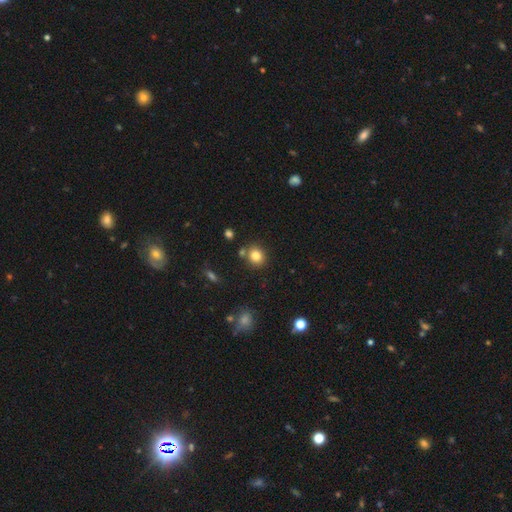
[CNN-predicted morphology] Smooth or featured: smooth — 81% (star or artifact — 12%)
How rounded: round — 81% (in between — 18%)
Merging: none — 77% (minor disturbance — 10%)